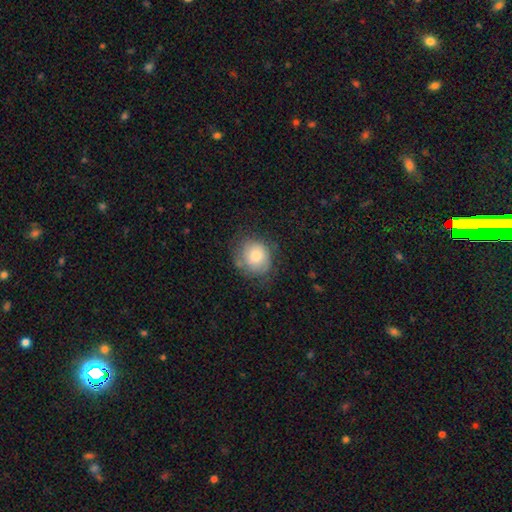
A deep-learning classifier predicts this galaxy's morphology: This appears to be a smooth galaxy with no disk features (70%) that is round (77%). Merging: none (65%).